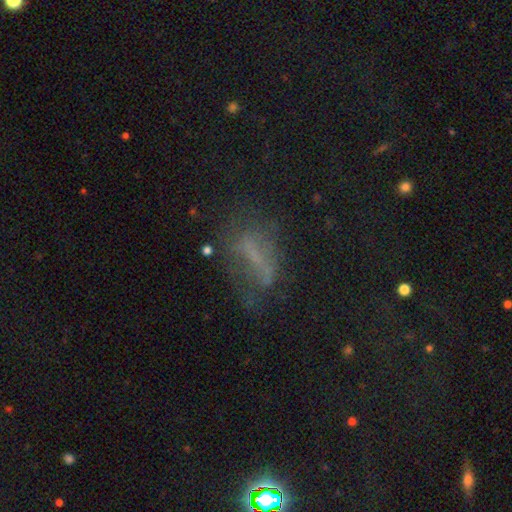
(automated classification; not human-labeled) Smooth or featured?
  - smooth: 36% *
  - featured or disk: 35%
  - star or artifact: 28%
Merging?
  - none: 46% *
  - major disturbance: 27%
  - minor disturbance: 23%
  - merger: 4%